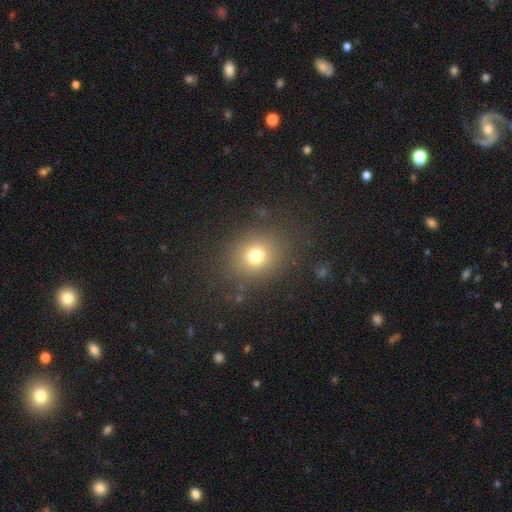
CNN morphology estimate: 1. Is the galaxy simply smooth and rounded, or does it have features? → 74% smooth, 17% star or artifact, 10% featured or disk.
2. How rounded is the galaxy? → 69% round, 30% in between, 1% cigar-shaped.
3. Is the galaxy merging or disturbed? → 83% none, 9% minor disturbance, 5% major disturbance, 2% merger.